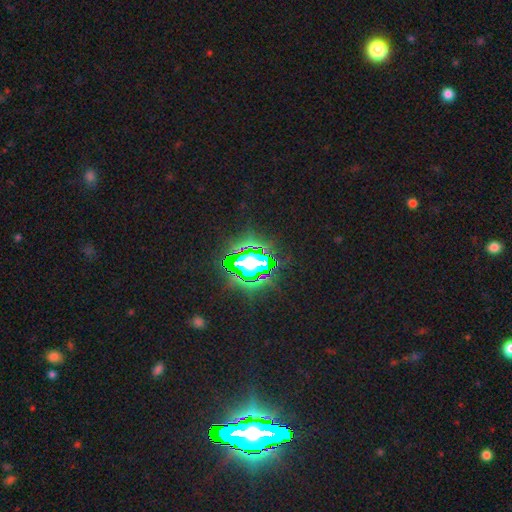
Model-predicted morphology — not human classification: Overall: star or artifact (84%).